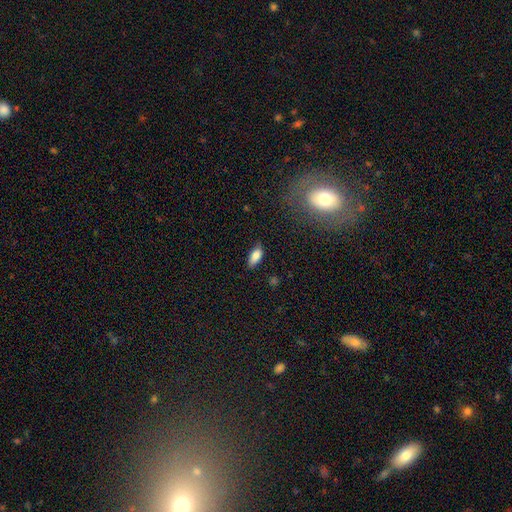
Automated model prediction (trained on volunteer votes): Smooth or featured?
  - smooth: 83% *
  - featured or disk: 9%
  - star or artifact: 8%
How rounded?
  - in between: 85% *
  - cigar-shaped: 13%
  - round: 3%
Merging?
  - none: 78% *
  - minor disturbance: 17%
  - major disturbance: 3%
  - merger: 1%